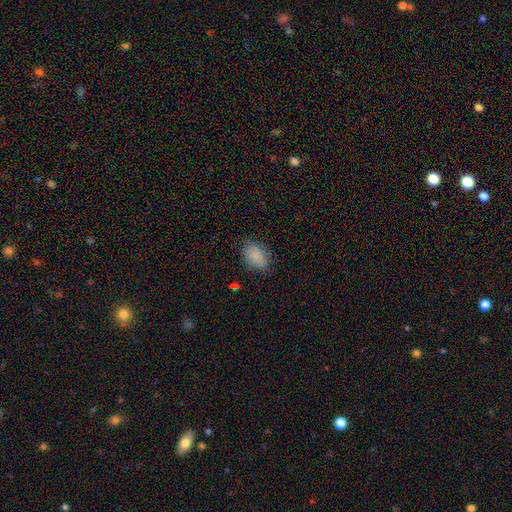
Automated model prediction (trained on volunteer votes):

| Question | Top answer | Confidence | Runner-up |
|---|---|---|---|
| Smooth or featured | smooth | 85% | star or artifact (8%) |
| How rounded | in between | 86% | round (13%) |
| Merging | none | 78% | minor disturbance (16%) |